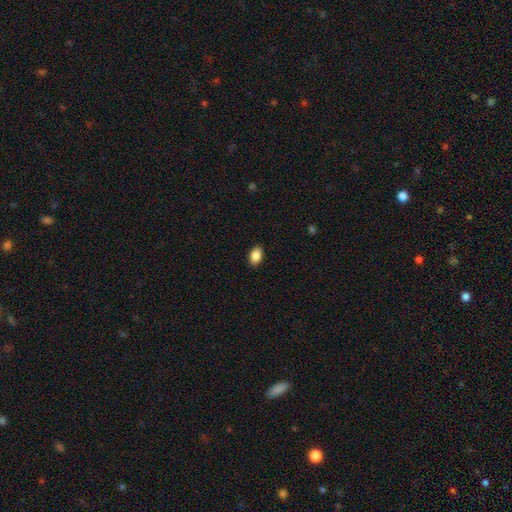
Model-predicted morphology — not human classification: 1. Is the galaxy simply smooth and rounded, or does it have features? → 88% smooth, 8% star or artifact, 4% featured or disk.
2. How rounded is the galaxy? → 88% in between, 11% round, 1% cigar-shaped.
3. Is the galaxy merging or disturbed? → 89% none, 8% minor disturbance, 2% major disturbance, 1% merger.